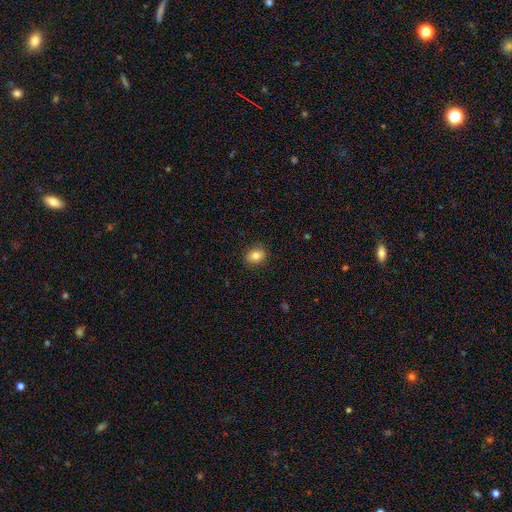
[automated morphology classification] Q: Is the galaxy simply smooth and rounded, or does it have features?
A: smooth — 81%.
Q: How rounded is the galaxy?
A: in between — 50%.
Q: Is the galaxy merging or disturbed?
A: none — 89%.